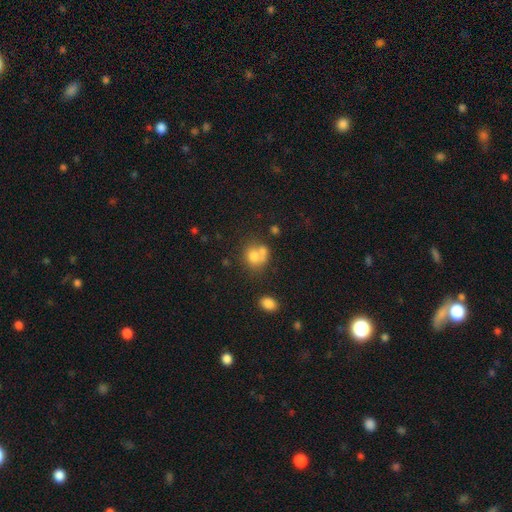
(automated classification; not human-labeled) Q: Smooth or featured?
A: smooth (71%); runner-up: featured or disk (17%)
Q: How rounded?
A: round (64%); runner-up: in between (35%)
Q: Merging?
A: merger (49%); runner-up: none (31%)